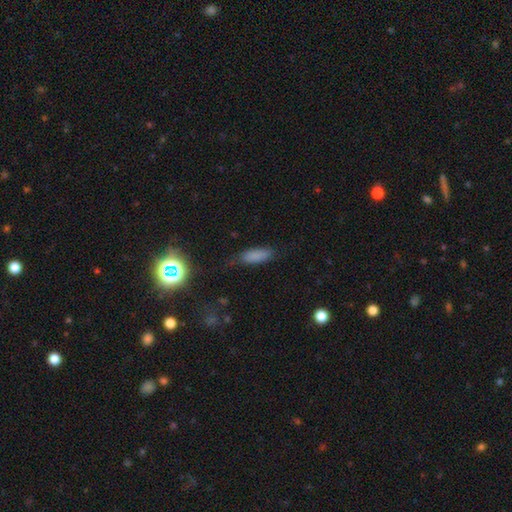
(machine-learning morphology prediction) This appears to be a smooth galaxy with no disk features (80%) that is in between round and cigar-shaped (64%). Merging: none (67%).